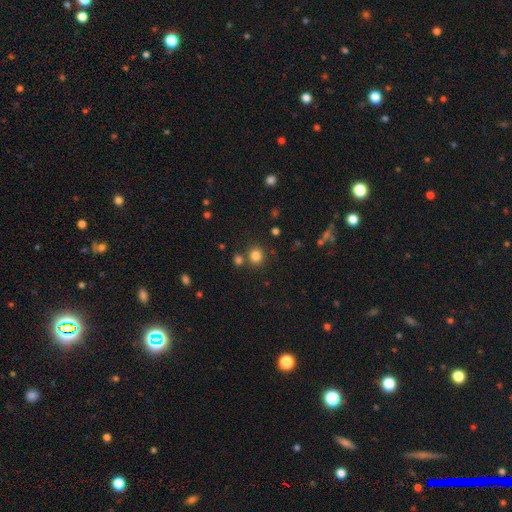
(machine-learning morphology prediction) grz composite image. It shows a smooth galaxy with no disk features (81%) that is round (86%). Merging: none (77%).